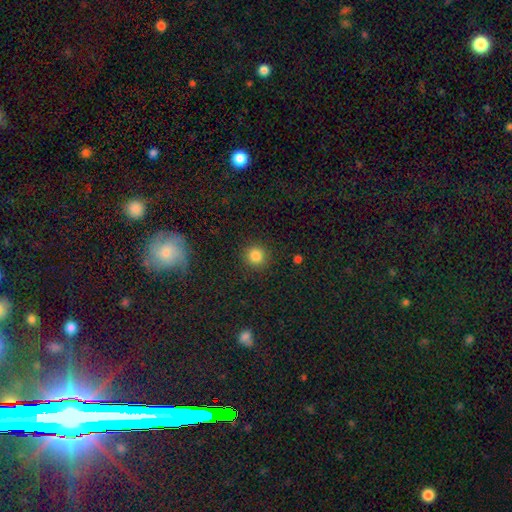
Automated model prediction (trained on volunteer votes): This is clearly a smooth galaxy (84%). How rounded: clearly round (94%). Merging: clearly none (91%).